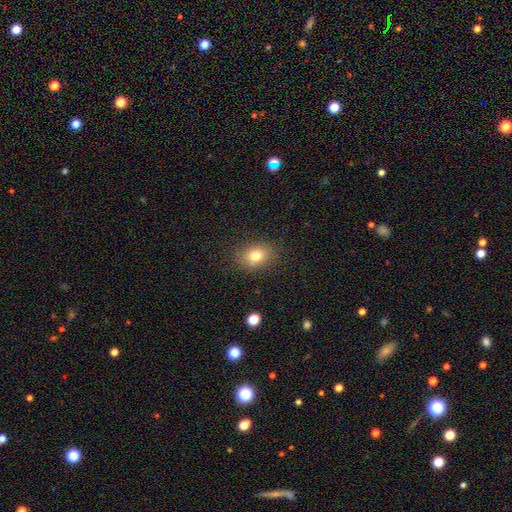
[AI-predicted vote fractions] smooth 76%, star or artifact 12%, featured or disk 12%. Down the decision tree: how rounded — in between (63%); merging — none (84%).